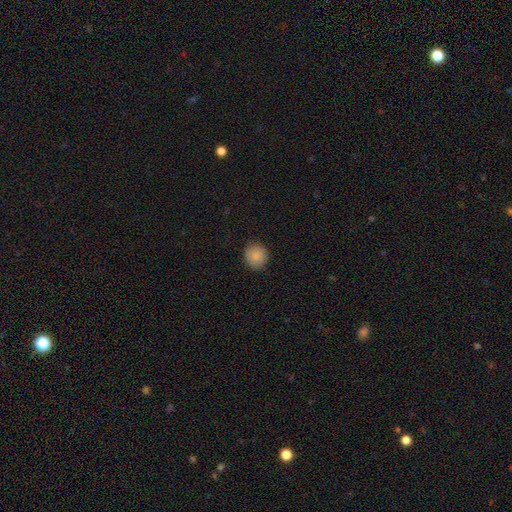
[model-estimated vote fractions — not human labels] Overall: smooth (86%). How rounded: round (89%). Merging: none (89%).